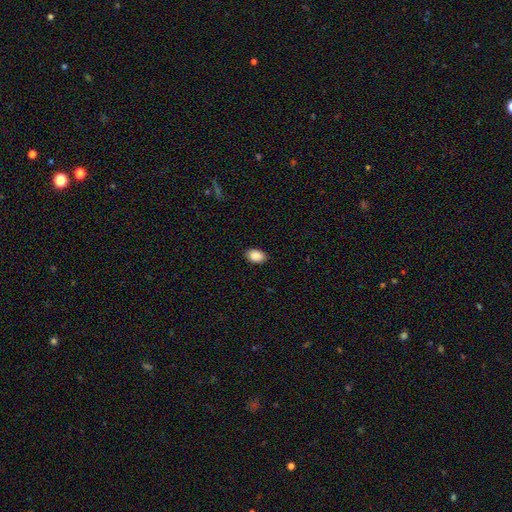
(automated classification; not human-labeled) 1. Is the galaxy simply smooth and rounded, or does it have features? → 90% smooth, 7% star or artifact, 3% featured or disk.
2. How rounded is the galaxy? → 84% in between, 15% round, 1% cigar-shaped.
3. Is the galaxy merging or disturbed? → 89% none, 9% minor disturbance, 2% major disturbance, 1% merger.